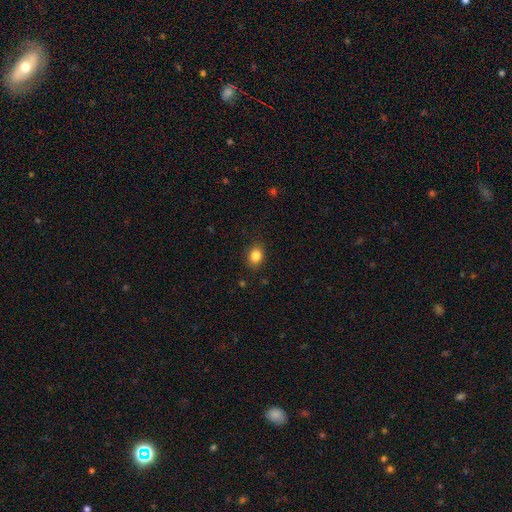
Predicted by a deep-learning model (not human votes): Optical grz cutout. It shows a smooth galaxy with no disk features (85%) that is in between round and cigar-shaped (51%). Merging: none (87%).